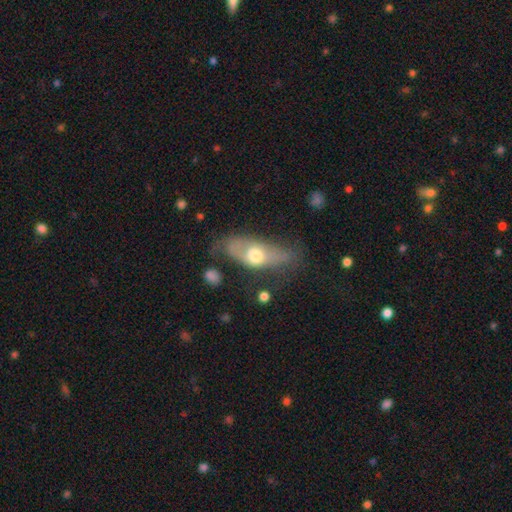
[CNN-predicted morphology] smooth_or_featured: smooth (p=0.48) [alt: featured or disk p=0.44]
merging: none (p=0.40) [alt: minor disturbance p=0.28]